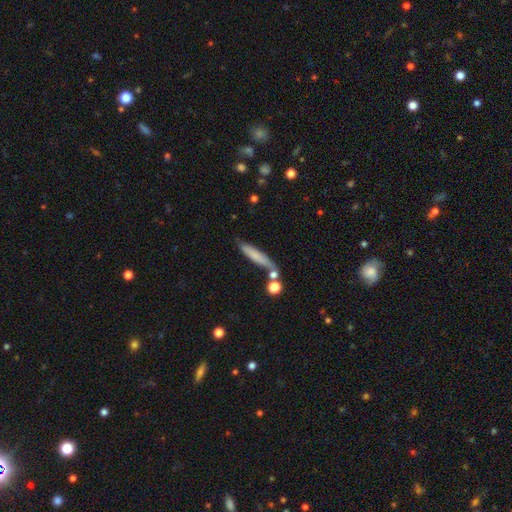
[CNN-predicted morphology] Smooth or featured? Predicted: smooth (p=0.67). How rounded? Predicted: cigar-shaped (p=0.88). Merging? Predicted: none (p=0.66).